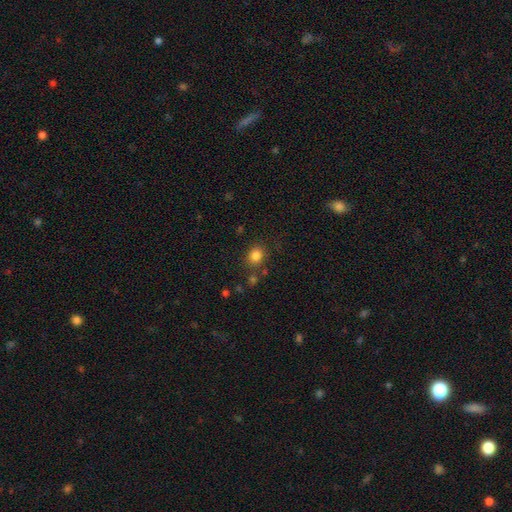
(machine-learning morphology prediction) Overall: smooth (82%). How rounded: round (69%; in between 30%). Merging: none (78%).